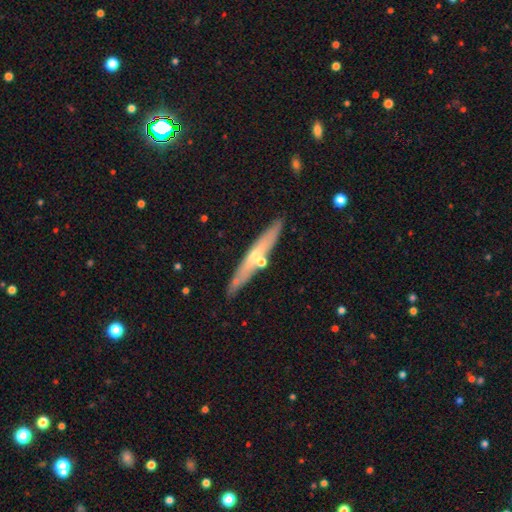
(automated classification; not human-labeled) Morphology: type=featured or disk (53%); edge-on=yes (88%); merging=none (82%).